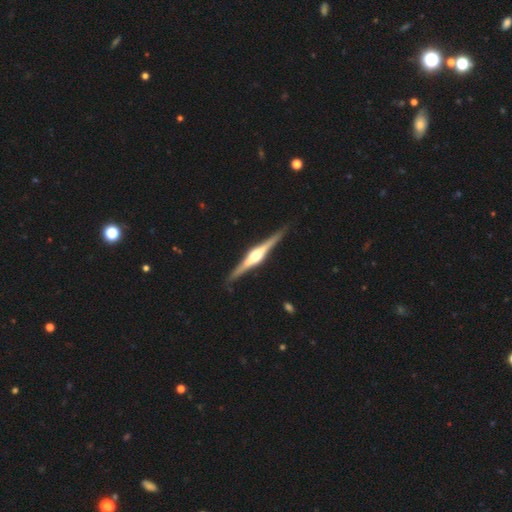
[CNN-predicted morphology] The model was most divided on "smooth or featured": featured or disk: 86%, smooth: 10%, star or artifact: 4%. More confident: edge-on disk — yes (98%); merging — none (90%); edge-on bulge — rounded (88%).